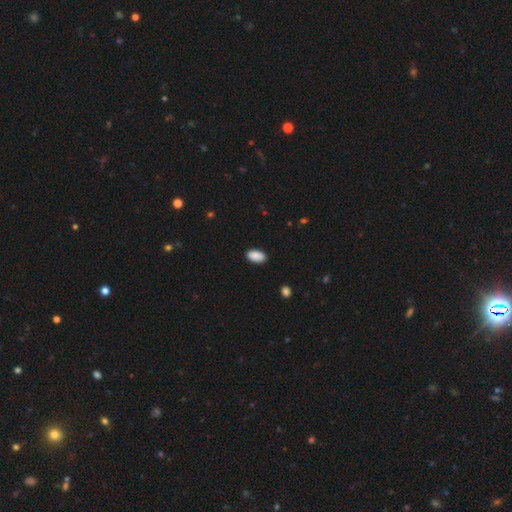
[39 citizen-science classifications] Smooth or featured: smooth — 95% (featured or disk — 3%)
How rounded: in between — 95% (round — 5%)
Merging: none — 87% (minor disturbance — 8%)